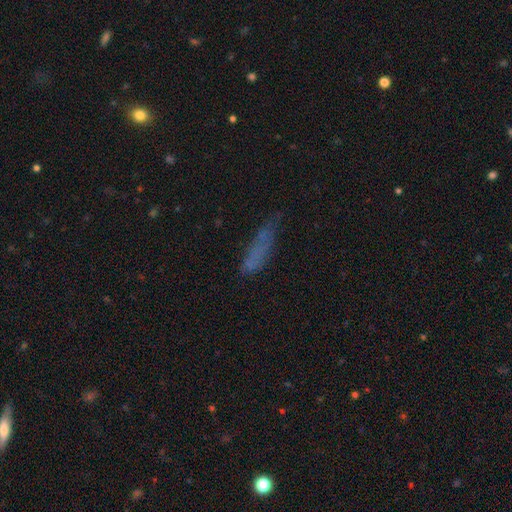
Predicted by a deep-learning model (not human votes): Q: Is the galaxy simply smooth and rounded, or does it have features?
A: smooth — 60%.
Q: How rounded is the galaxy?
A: cigar-shaped — 68%.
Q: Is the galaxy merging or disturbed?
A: none — 47%.